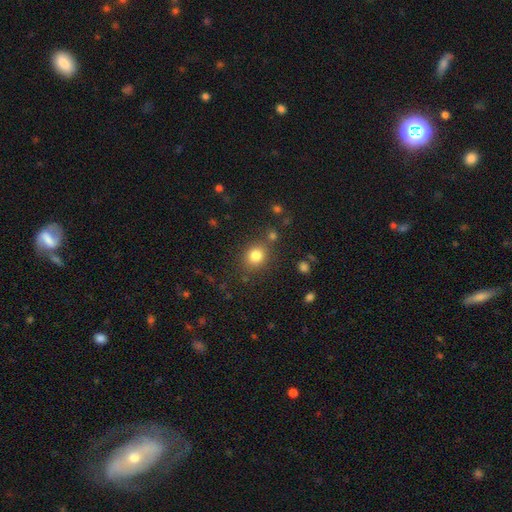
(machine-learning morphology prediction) type=smooth (81%); roundness=round (66%); merging=none (78%).